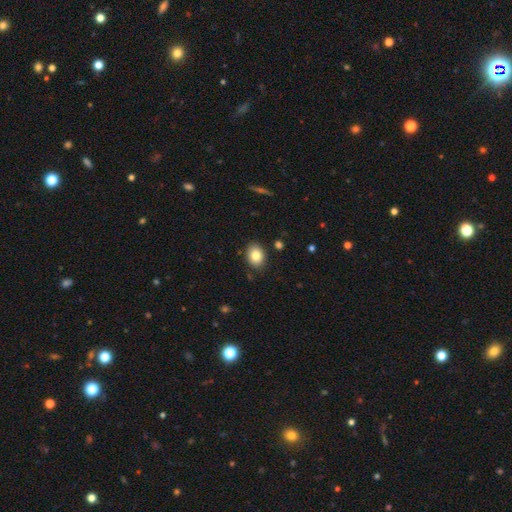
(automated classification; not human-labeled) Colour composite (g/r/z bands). It shows a smooth galaxy with no disk features (83%) that is in between round and cigar-shaped (68%). Merging: none (86%).